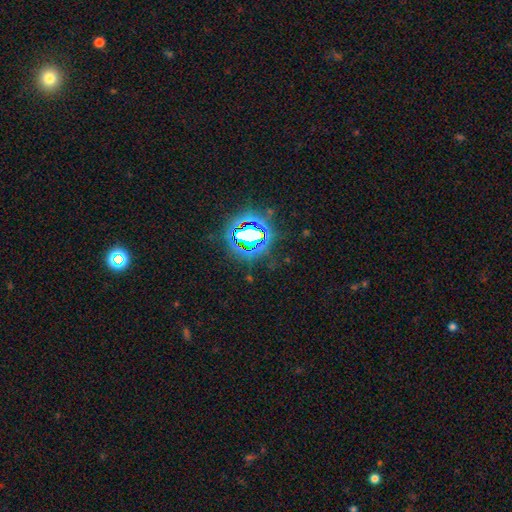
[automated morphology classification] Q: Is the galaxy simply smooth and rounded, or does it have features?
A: star or artifact — 83%.